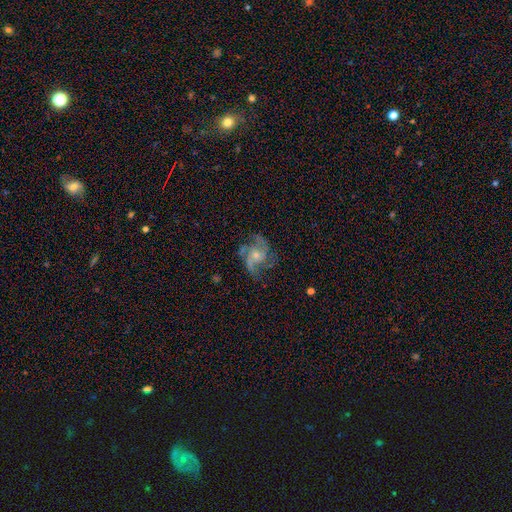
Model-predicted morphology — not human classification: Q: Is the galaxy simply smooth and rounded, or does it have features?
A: featured or disk — 83%.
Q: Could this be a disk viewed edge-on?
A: no — 98%.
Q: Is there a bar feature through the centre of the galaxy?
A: no — 74%.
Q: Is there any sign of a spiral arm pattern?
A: yes — 95%.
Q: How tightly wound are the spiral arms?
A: medium — 52%.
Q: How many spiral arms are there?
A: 3 — 40%.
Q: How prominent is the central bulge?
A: small — 52%.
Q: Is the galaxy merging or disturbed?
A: none — 62%.